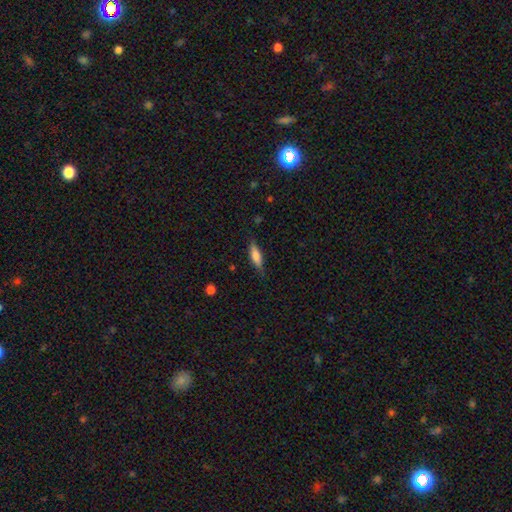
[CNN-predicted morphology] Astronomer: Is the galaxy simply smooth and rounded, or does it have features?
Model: smooth — 66%.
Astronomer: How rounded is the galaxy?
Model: cigar-shaped — 56% (runner-up: in between, 42%).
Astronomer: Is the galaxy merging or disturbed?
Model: none — 79%.